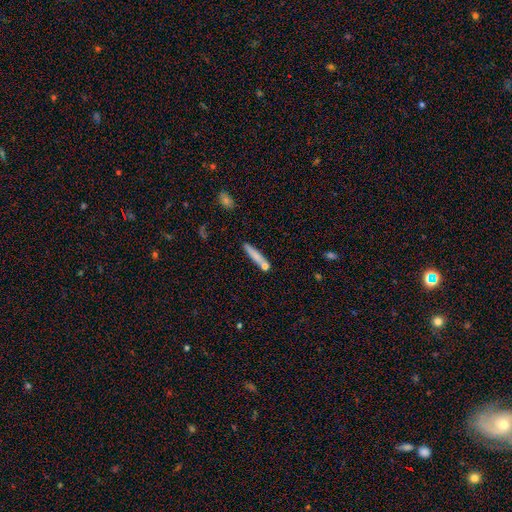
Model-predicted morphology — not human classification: The model was most divided on "smooth or featured": smooth: 73%, featured or disk: 20%, star or artifact: 7%. More confident: how rounded — cigar-shaped (90%); merging — none (70%).